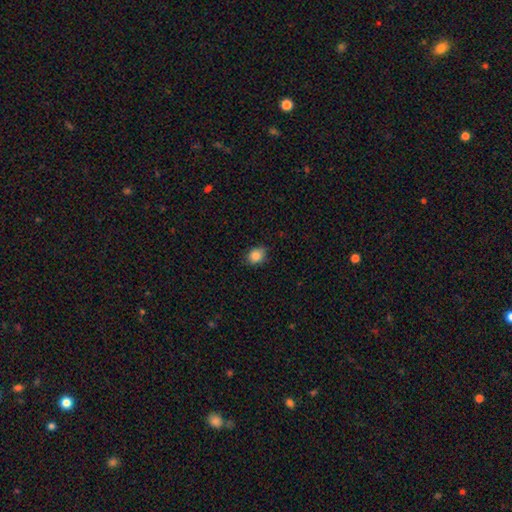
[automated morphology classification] Smooth or featured? smooth (86%)
How rounded? round (52%)
Merging? none (82%)